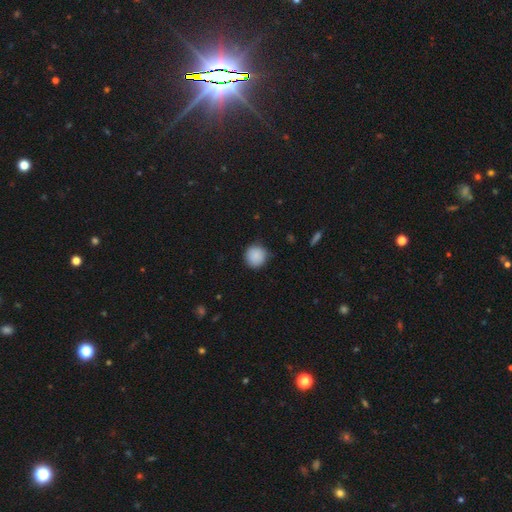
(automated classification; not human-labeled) Morphology: type=smooth (87%); roundness=round (94%); merging=none (82%).